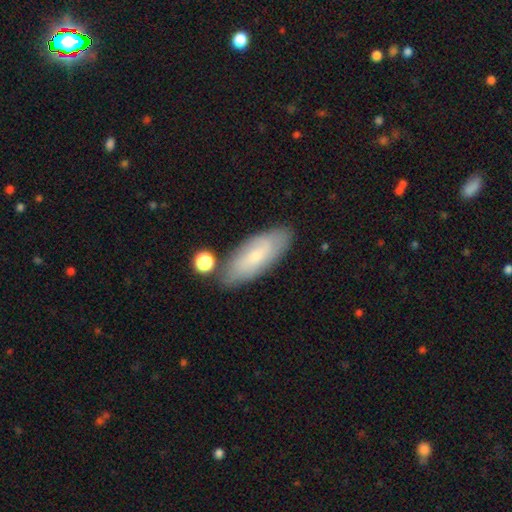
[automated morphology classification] smooth-or-featured: smooth: 59% | featured or disk: 34% | star or artifact: 7%
  how-rounded: in between: 72% | cigar-shaped: 25% | round: 2%
  merging: none: 75% | minor disturbance: 16% | merger: 6% | major disturbance: 4%